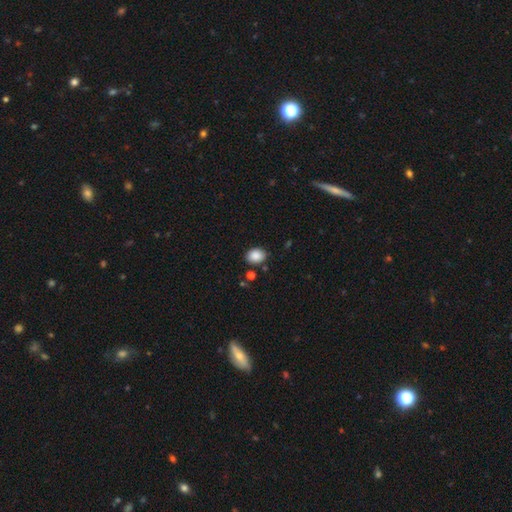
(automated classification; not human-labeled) Morphology: type=smooth (88%); roundness=in between (62%); merging=none (83%).